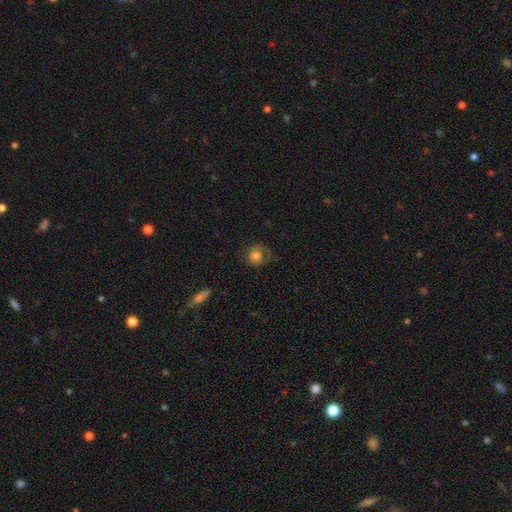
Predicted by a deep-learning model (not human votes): This appears to be a smooth galaxy with no disk features (71%) that is round (79%). Merging: none (53%).